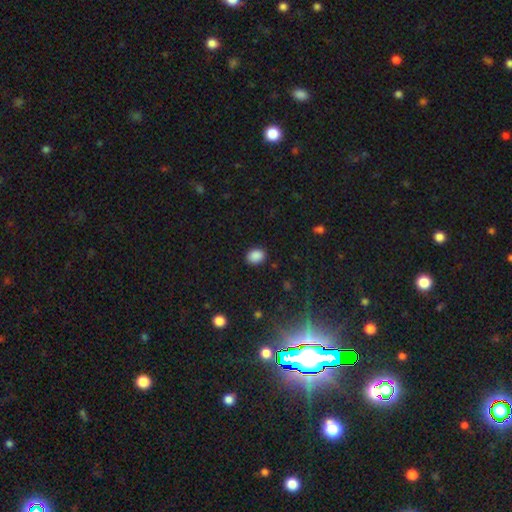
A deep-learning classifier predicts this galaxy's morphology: smooth-or-featured: smooth: 88% | star or artifact: 9% | featured or disk: 3%
  how-rounded: in between: 59% | round: 40% | cigar-shaped: 1%
  merging: none: 89% | minor disturbance: 8% | major disturbance: 2% | merger: 1%